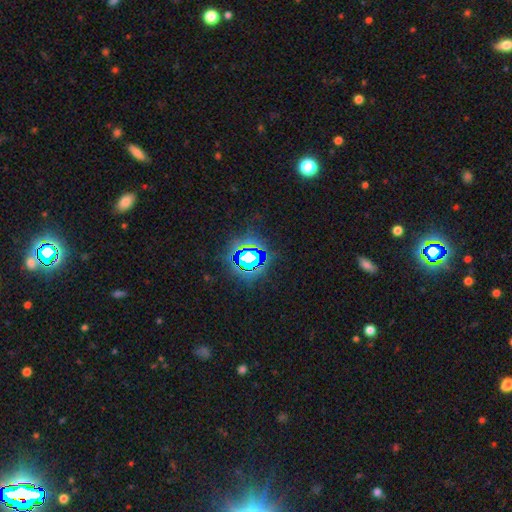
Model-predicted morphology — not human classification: A star or artifact, not a galaxy (78%).